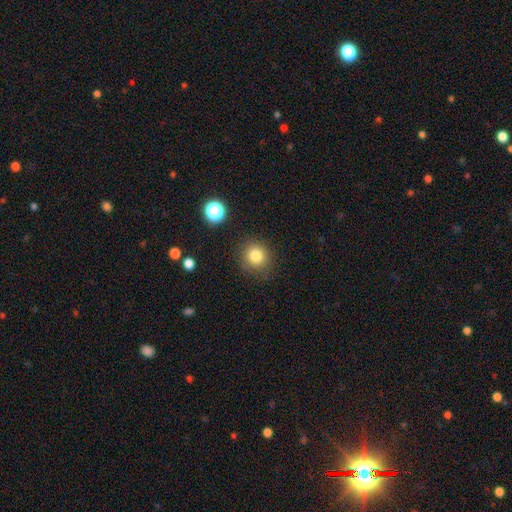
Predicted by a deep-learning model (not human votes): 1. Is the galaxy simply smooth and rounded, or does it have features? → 81% smooth, 12% star or artifact, 7% featured or disk.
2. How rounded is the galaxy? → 92% round, 7% in between, 1% cigar-shaped.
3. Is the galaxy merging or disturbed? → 86% none, 9% minor disturbance, 3% major disturbance, 2% merger.